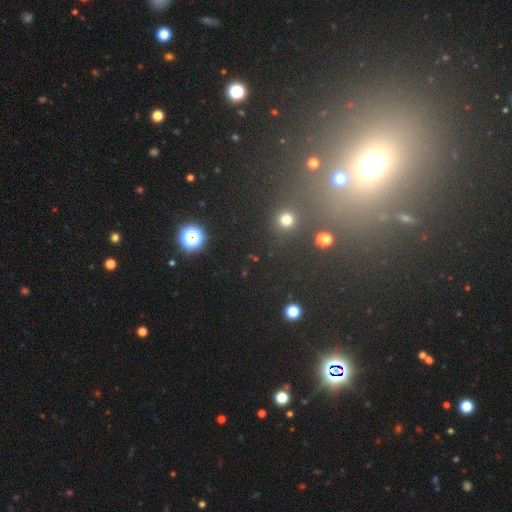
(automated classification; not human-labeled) smooth-or-featured: star or artifact: 61% | smooth: 30% | featured or disk: 9%